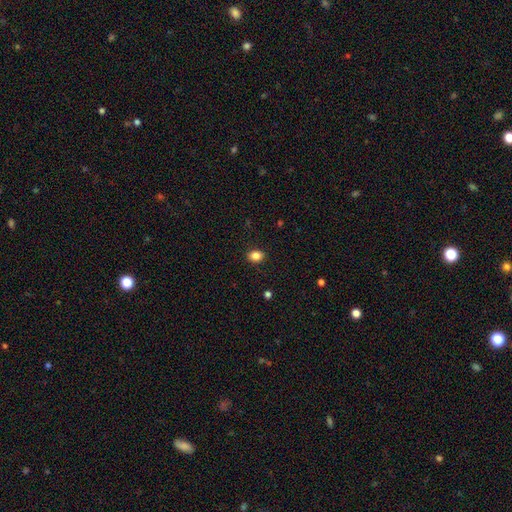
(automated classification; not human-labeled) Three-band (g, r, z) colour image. It shows a smooth galaxy with no disk features (85%) that is in between round and cigar-shaped (62%). Merging: none (90%).